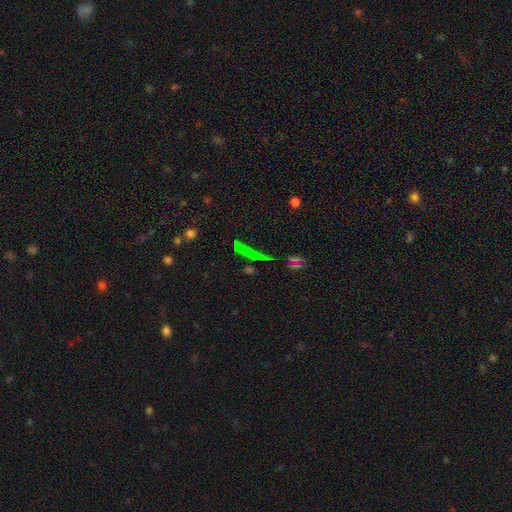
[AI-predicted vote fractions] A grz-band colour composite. It shows a star or artifact, not a galaxy (43%).